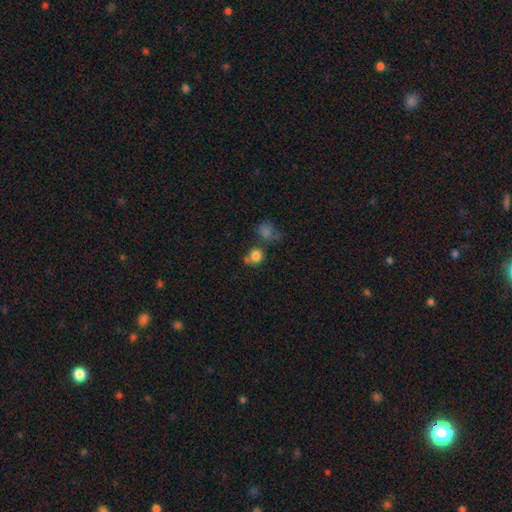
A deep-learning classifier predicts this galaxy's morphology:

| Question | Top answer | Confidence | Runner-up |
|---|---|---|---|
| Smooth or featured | smooth | 81% | star or artifact (12%) |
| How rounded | round | 82% | in between (17%) |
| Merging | none | 55% | merger (26%) |